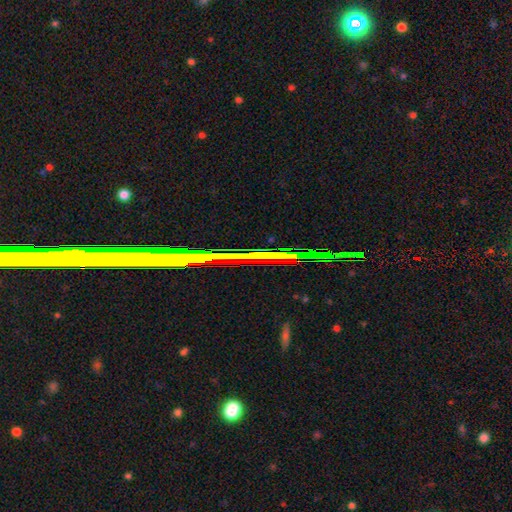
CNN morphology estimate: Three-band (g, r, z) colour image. It shows a star or artifact, not a galaxy (70%).